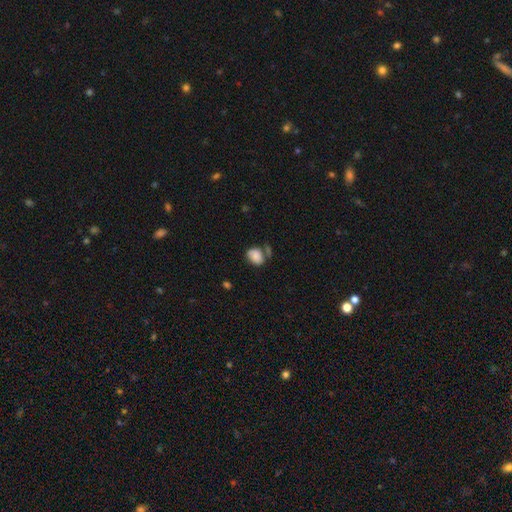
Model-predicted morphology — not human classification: This is likely a smooth galaxy (79%). How rounded: likely in between (67%). Merging: marginally none (45%).